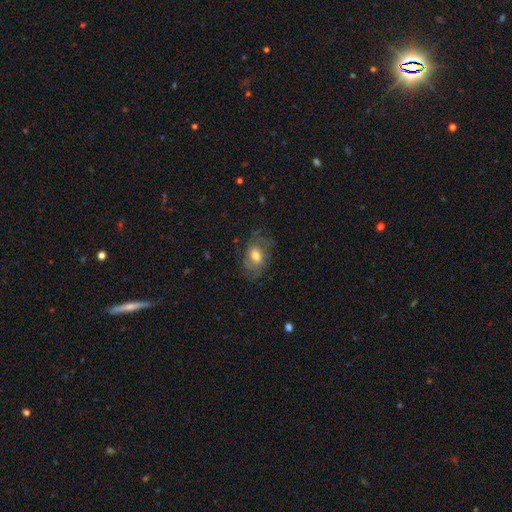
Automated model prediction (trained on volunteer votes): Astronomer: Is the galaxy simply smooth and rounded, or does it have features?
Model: smooth — 53% (runner-up: featured or disk, 39%).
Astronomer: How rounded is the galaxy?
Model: in between — 76%.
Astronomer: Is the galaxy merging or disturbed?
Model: none — 63%.